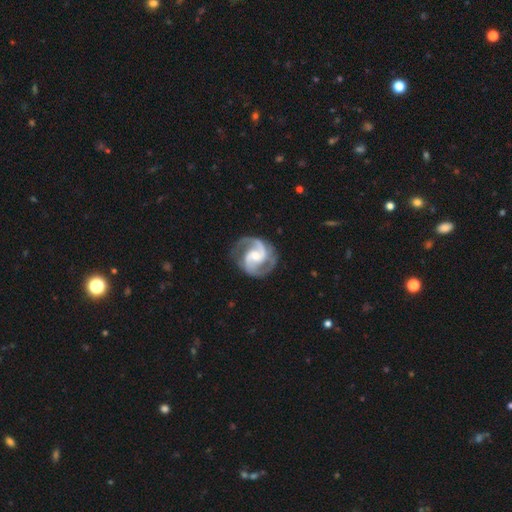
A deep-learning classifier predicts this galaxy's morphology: Overall: featured or disk (92%). Edge-on disk: no (98%). Bar: weak (46%; no 39%). Spiral arms: yes (98%). Spiral arm count: 2 (89%). Spiral winding: medium (60%; tight 26%). Bulge size: moderate (49%; small 42%). Merging: none (78%).